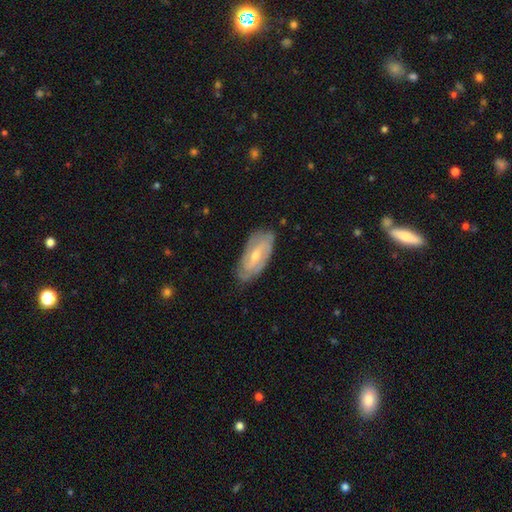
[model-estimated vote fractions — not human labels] A featured or disk galaxy (76%) with a weak bar (48%), 2 (57%) tight (52%) spiral arms (90%) and a small central bulge (51%). Merging: none (77%).